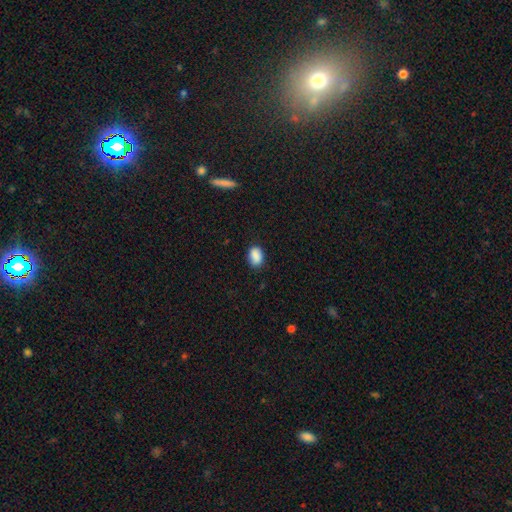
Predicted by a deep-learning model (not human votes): This is clearly a smooth galaxy (88%). How rounded: likely in between (78%). Merging: clearly none (80%).